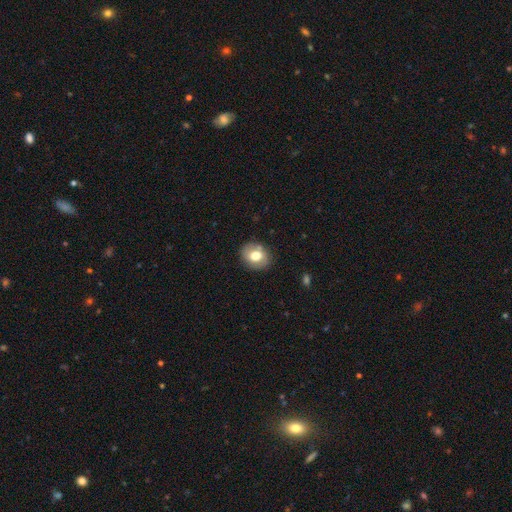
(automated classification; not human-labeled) The model was most divided on "how rounded": round: 56%, in between: 43%, cigar-shaped: 1%. More confident: merging — none (82%); smooth or featured — smooth (66%).